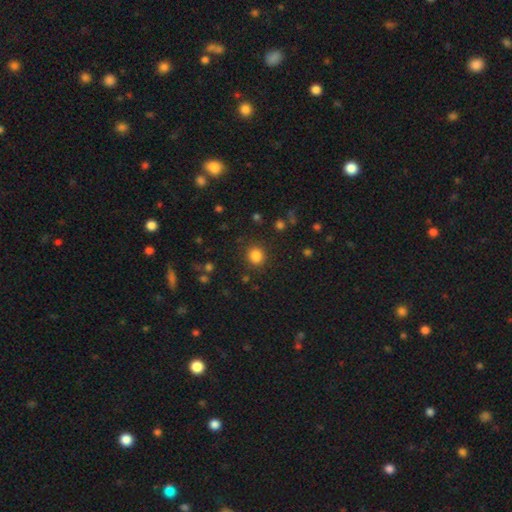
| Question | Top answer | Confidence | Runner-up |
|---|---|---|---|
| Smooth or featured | smooth | 83% | featured or disk (14%) |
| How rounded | round | 90% | in between (10%) |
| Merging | none | 83% | minor disturbance (9%) |